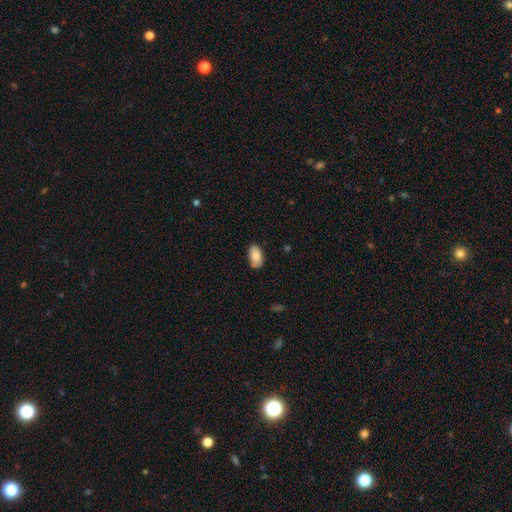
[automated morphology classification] Smooth or featured? Predicted: smooth (p=0.83). How rounded? Predicted: in between (p=0.94). Merging? Predicted: none (p=0.72).